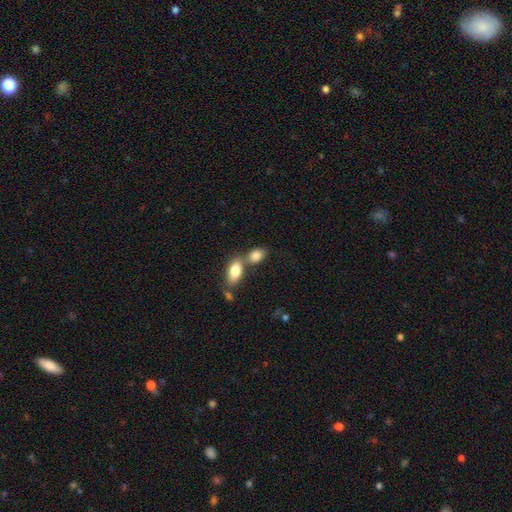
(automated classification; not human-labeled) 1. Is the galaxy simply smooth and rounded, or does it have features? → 83% smooth, 9% featured or disk, 7% star or artifact.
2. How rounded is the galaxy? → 83% in between, 13% round, 3% cigar-shaped.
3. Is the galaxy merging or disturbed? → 49% merger, 38% none, 9% minor disturbance, 4% major disturbance.